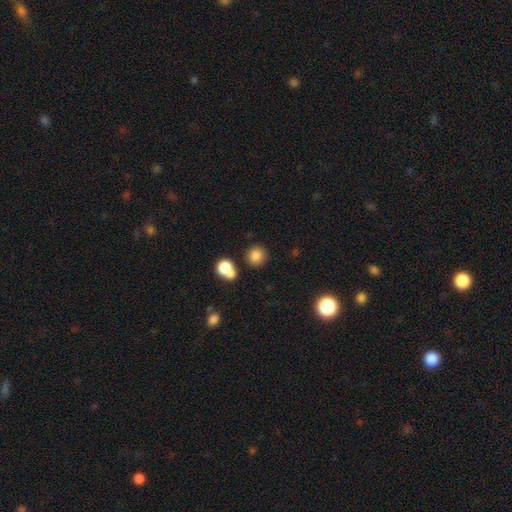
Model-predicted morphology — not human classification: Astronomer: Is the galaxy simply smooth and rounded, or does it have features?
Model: smooth — 83%.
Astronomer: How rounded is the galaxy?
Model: round — 90%.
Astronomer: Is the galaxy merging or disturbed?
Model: none — 77%.